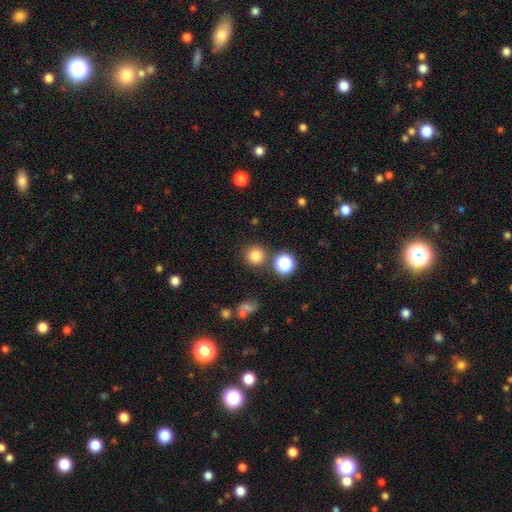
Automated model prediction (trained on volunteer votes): The model was most divided on "smooth or featured": smooth: 79%, star or artifact: 15%, featured or disk: 6%. More confident: how rounded — round (93%); merging — none (84%).